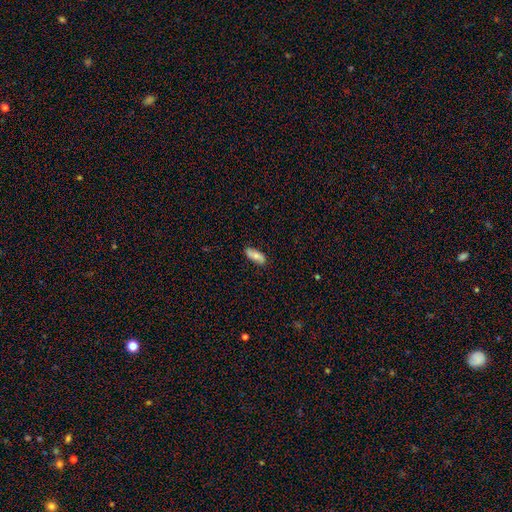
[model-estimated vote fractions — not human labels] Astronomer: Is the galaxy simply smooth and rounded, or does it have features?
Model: smooth — 70%.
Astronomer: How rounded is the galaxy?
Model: in between — 75%.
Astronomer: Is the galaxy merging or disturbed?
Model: none — 84%.